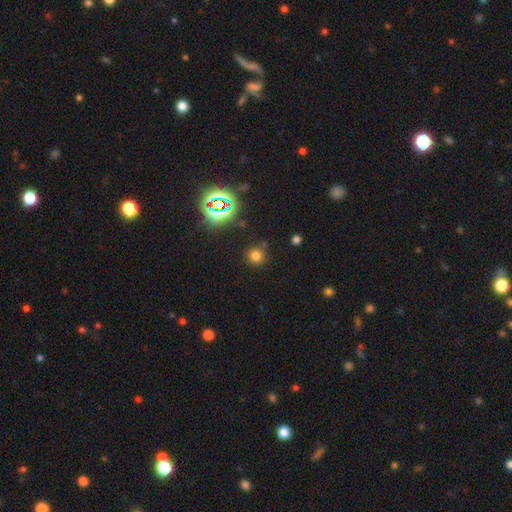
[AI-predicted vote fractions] Overall: smooth (70%). How rounded: round (92%). Merging: none (84%).